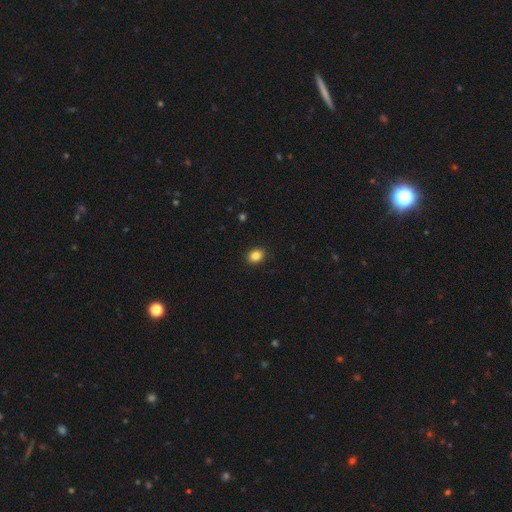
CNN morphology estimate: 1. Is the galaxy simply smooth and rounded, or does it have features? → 85% smooth, 10% star or artifact, 5% featured or disk.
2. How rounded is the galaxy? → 53% in between, 46% round, 1% cigar-shaped.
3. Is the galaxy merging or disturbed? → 91% none, 7% minor disturbance, 2% major disturbance, 1% merger.